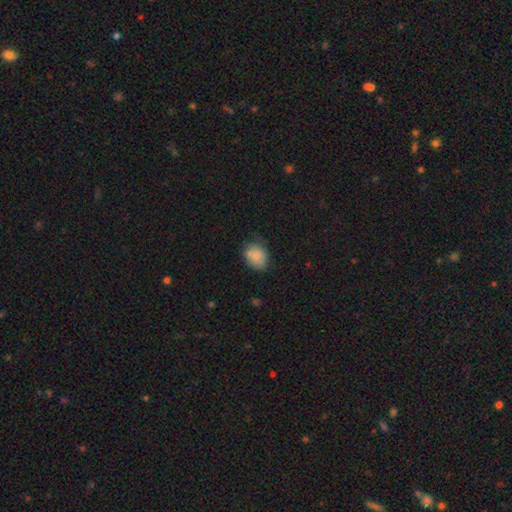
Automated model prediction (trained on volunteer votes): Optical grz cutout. It shows a smooth galaxy with no disk features (77%) that is in between round and cigar-shaped (61%). Merging: none (58%).